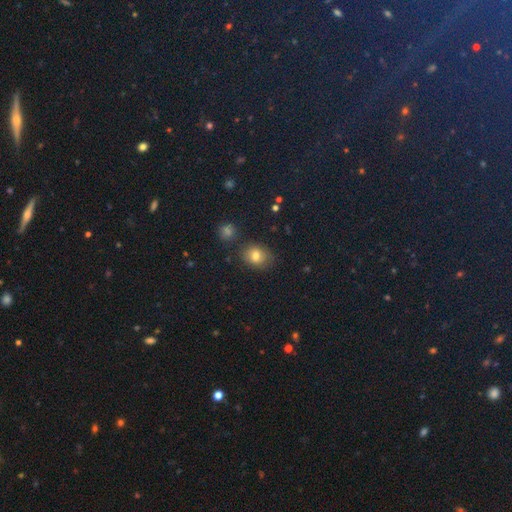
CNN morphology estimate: Q: Smooth or featured?
A: smooth (76%); runner-up: star or artifact (14%)
Q: How rounded?
A: round (51%); runner-up: in between (48%)
Q: Merging?
A: none (77%); runner-up: minor disturbance (15%)